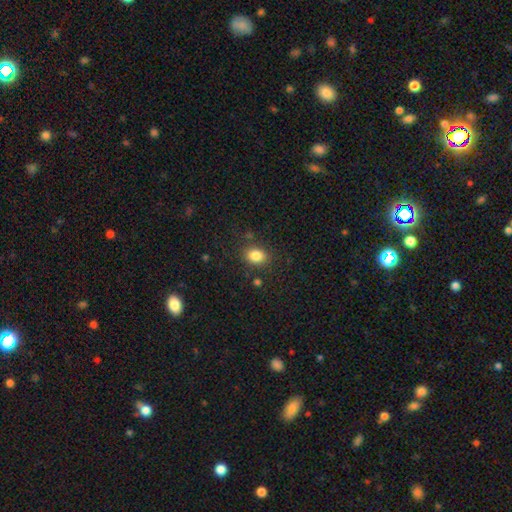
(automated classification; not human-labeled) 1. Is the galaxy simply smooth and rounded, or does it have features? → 85% smooth, 10% star or artifact, 5% featured or disk.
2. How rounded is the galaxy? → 58% in between, 41% round, 1% cigar-shaped.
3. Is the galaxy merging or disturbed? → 83% none, 11% minor disturbance, 4% major disturbance, 3% merger.